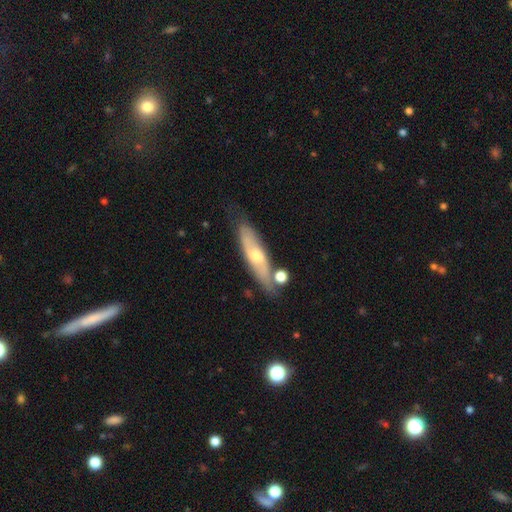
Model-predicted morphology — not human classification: This appears to be a featured or disk galaxy (57%). Merging: none (66%).